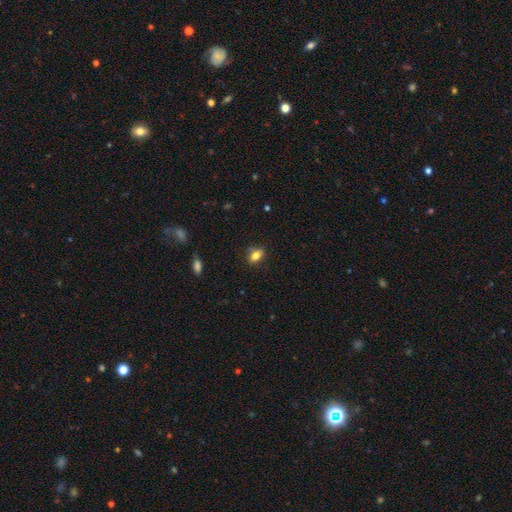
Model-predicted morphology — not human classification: Q: Smooth or featured?
A: smooth (77%); runner-up: featured or disk (13%)
Q: How rounded?
A: in between (78%); runner-up: round (17%)
Q: Merging?
A: none (76%); runner-up: minor disturbance (17%)